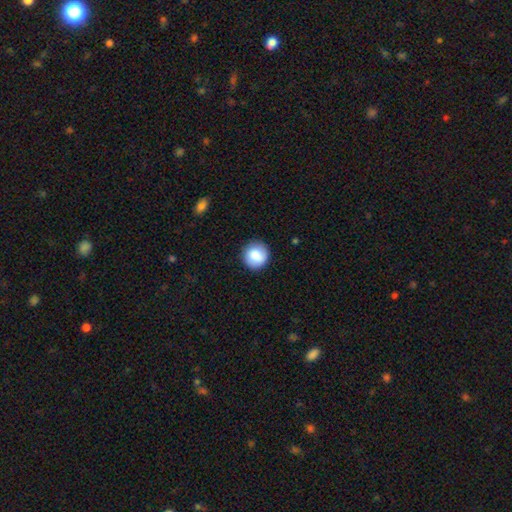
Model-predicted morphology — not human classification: A smooth galaxy with no disk features (84%) that is round (94%).

Vote fractions:
- Smooth or featured? smooth: 84% / featured or disk: 8% / star or artifact: 8%
- How rounded? round: 94% / in between: 5% / cigar-shaped: 1%
- Merging? none: 88% / minor disturbance: 9% / major disturbance: 2% / merger: 1%